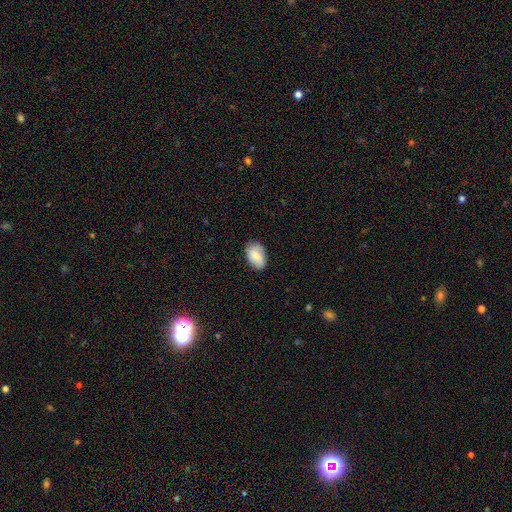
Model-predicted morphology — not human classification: Q: Smooth or featured?
A: smooth (78%); runner-up: featured or disk (16%)
Q: How rounded?
A: in between (90%); runner-up: round (9%)
Q: Merging?
A: none (75%); runner-up: minor disturbance (20%)